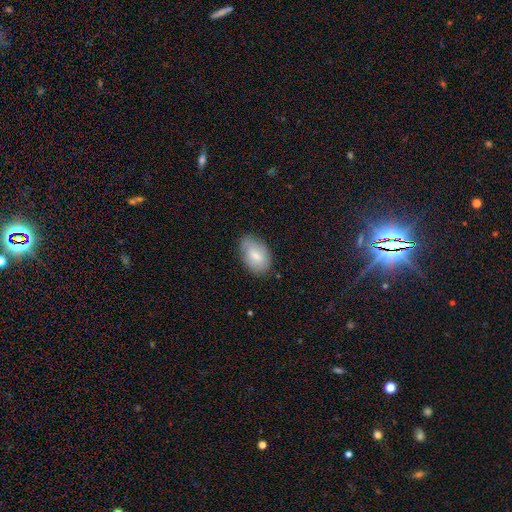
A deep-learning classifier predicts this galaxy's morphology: type=smooth (74%); roundness=in between (91%); merging=none (76%).